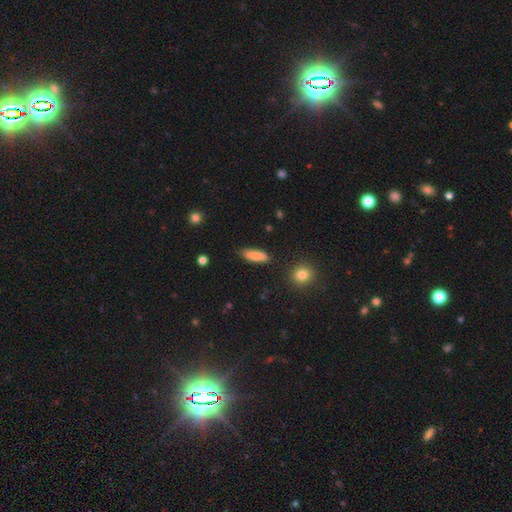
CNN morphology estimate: A smooth galaxy with no disk features (79%) that is in between round and cigar-shaped (57%).

Vote fractions:
- Smooth or featured? smooth: 79% / featured or disk: 14% / star or artifact: 7%
- How rounded? in between: 57% / cigar-shaped: 41% / round: 3%
- Merging? none: 82% / minor disturbance: 13% / major disturbance: 3% / merger: 2%